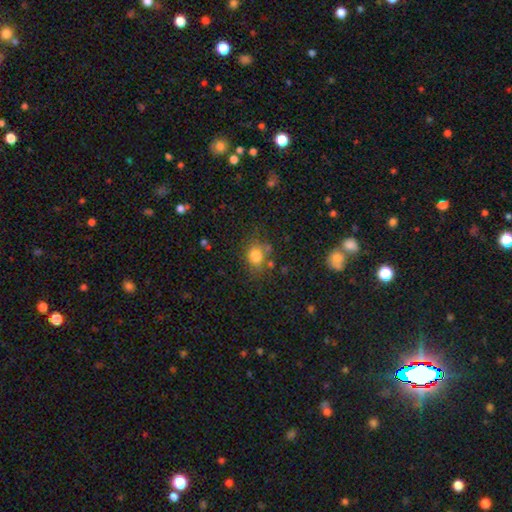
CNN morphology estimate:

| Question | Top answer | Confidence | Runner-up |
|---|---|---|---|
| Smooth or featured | smooth | 78% | star or artifact (13%) |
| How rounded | round | 59% | in between (40%) |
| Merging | none | 67% | minor disturbance (18%) |